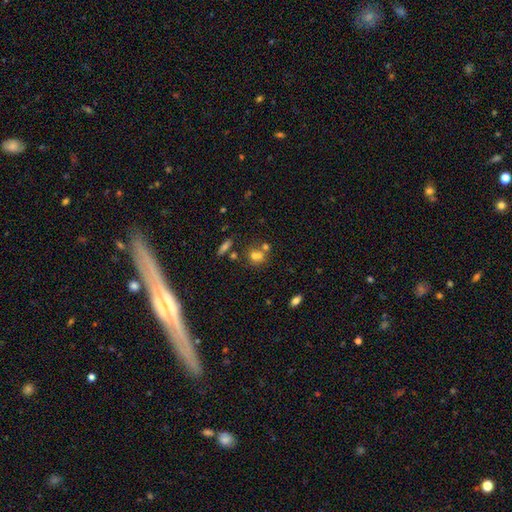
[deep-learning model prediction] Smooth or featured: smooth — 65% (featured or disk — 19%)
How rounded: round — 62% (in between — 35%)
Merging: merger — 45% (none — 39%)